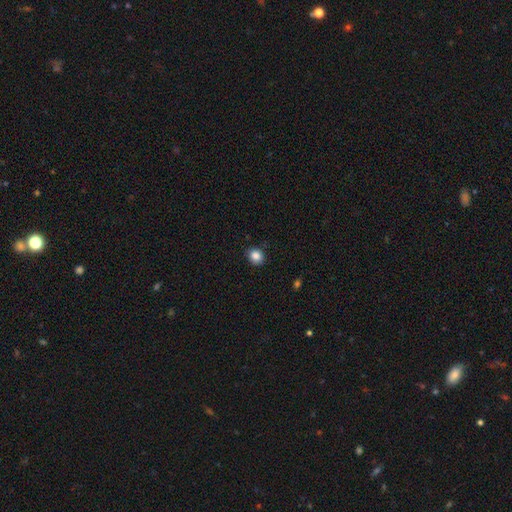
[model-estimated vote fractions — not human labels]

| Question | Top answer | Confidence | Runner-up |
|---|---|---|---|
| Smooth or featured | smooth | 85% | star or artifact (10%) |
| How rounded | round | 74% | in between (25%) |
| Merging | none | 89% | minor disturbance (8%) |